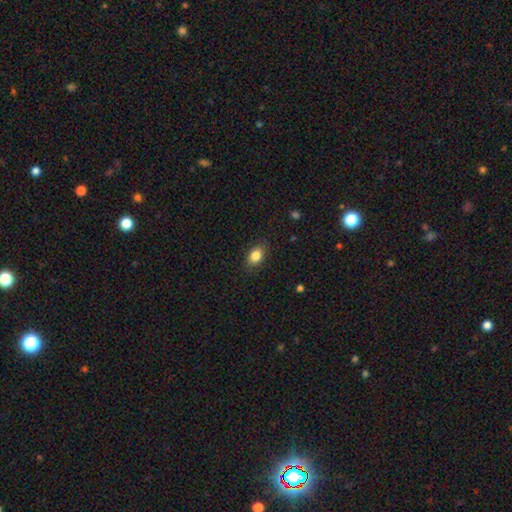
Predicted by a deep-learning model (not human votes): Overall: smooth (84%). How rounded: in between (77%). Merging: none (85%).